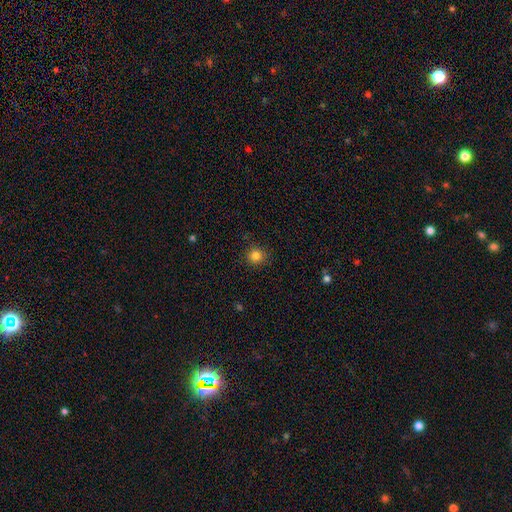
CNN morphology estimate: This appears to be a smooth galaxy with no disk features (83%) that is round (91%). Merging: none (89%).